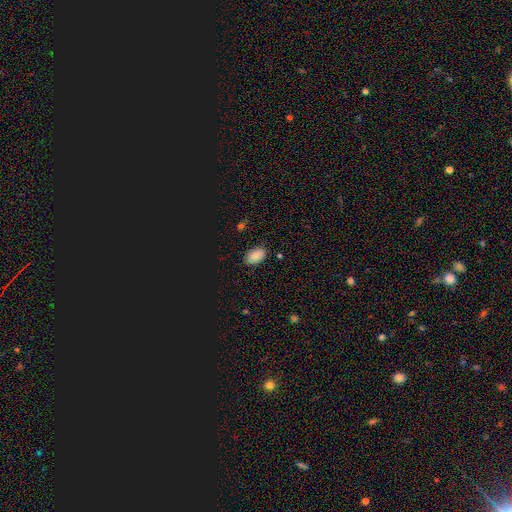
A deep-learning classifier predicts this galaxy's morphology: A smooth galaxy with no disk features (81%) that is in between round and cigar-shaped (91%). Merging: none (84%).